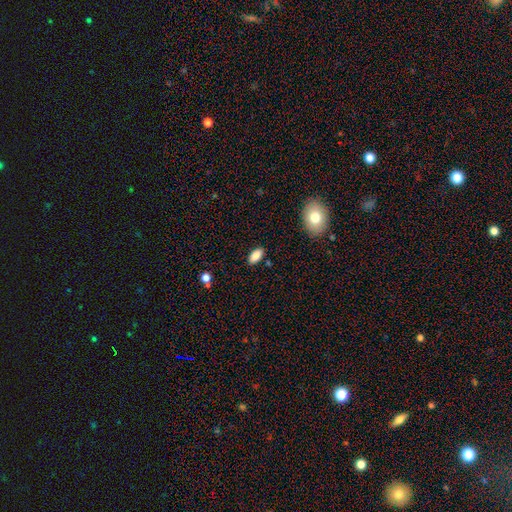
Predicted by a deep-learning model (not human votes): smooth_or_featured: smooth (p=0.86) [alt: star or artifact p=0.08]
how_rounded: in between (p=0.91) [alt: cigar-shaped p=0.06]
merging: none (p=0.87) [alt: minor disturbance p=0.09]